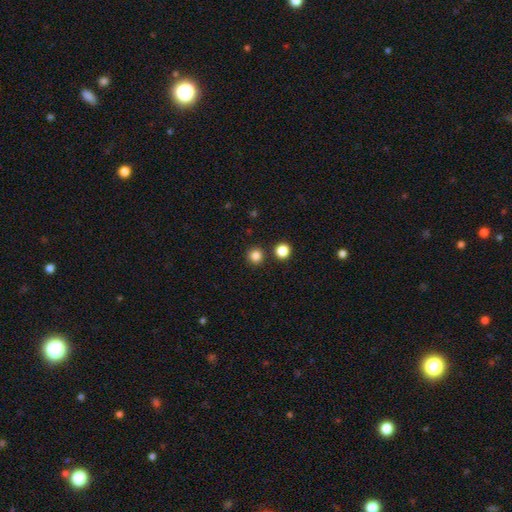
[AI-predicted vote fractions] A smooth galaxy with no disk features (84%) that is round (95%). Merging: none (87%).